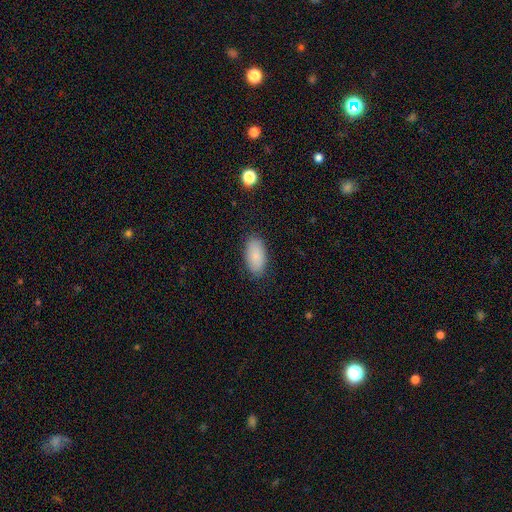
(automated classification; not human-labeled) Morphology: type=smooth (87%); roundness=in between (94%); merging=none (85%).